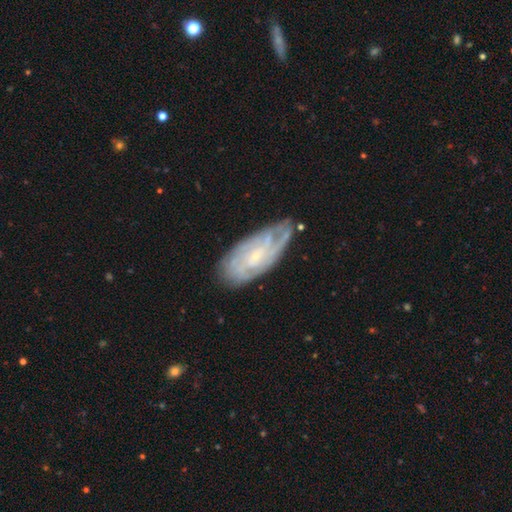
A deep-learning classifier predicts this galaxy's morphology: Smooth or featured?
  - featured or disk: 77% *
  - smooth: 16%
  - star or artifact: 7%
Edge-on disk?
  - no: 92% *
  - yes: 8%
Bar?
  - no: 57% *
  - weak: 36%
  - strong: 7%
Spiral arms?
  - yes: 91% *
  - no: 9%
Spiral winding?
  - tight: 61% *
  - medium: 31%
  - loose: 8%
Spiral arm count?
  - can't tell: 44% *
  - 2: 17%
  - 3: 16%
  - 4: 12%
  - more than 4: 5%
  - 1: 5%
Bulge size?
  - small: 74% *
  - moderate: 19%
  - none: 5%
  - large: 1%
  - dominant: 1%
Merging?
  - none: 70% *
  - minor disturbance: 22%
  - major disturbance: 6%
  - merger: 2%